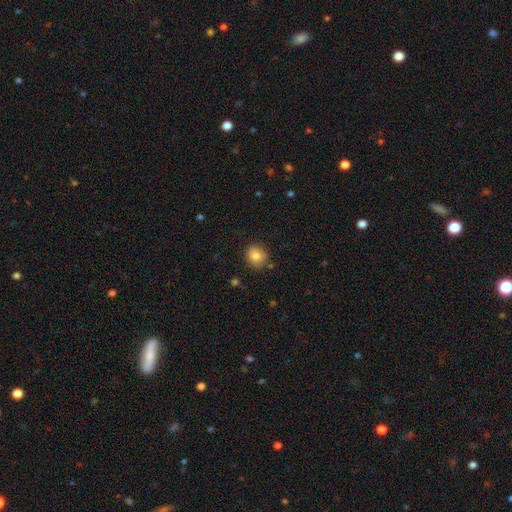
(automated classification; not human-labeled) Overall: smooth (83%). How rounded: round (73%). Merging: none (77%).